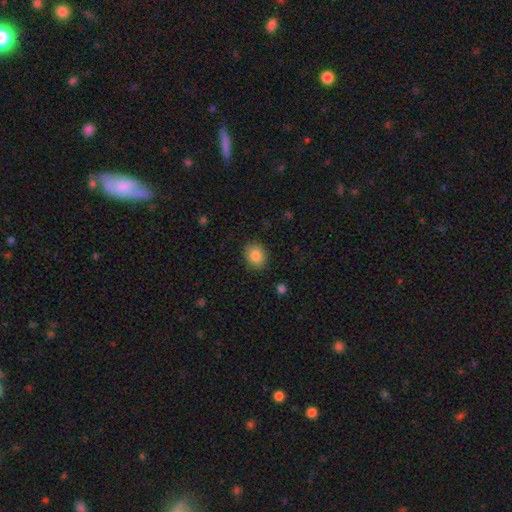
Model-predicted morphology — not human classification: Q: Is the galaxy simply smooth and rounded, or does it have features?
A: smooth — 85%.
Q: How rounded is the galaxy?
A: round — 52%.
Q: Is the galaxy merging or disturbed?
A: none — 87%.